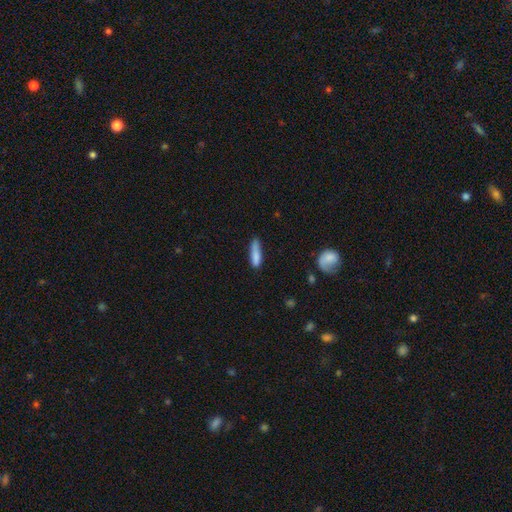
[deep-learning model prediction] smooth_or_featured: smooth (p=0.82) [alt: featured or disk p=0.11]
how_rounded: cigar-shaped (p=0.72) [alt: in between p=0.26]
merging: none (p=0.57) [alt: minor disturbance p=0.31]